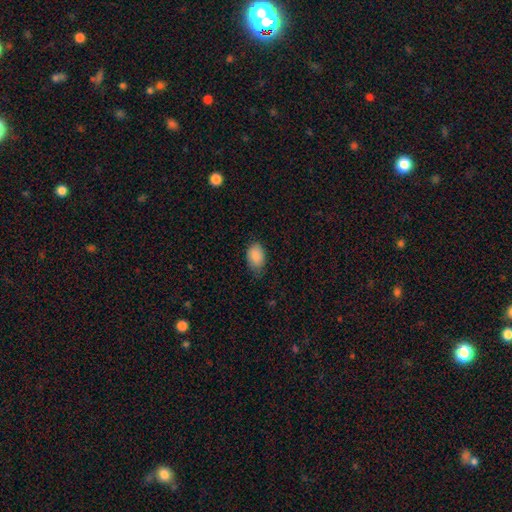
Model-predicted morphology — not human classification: Overall: smooth (89%). How rounded: in between (89%). Merging: none (65%; minor disturbance 28%).